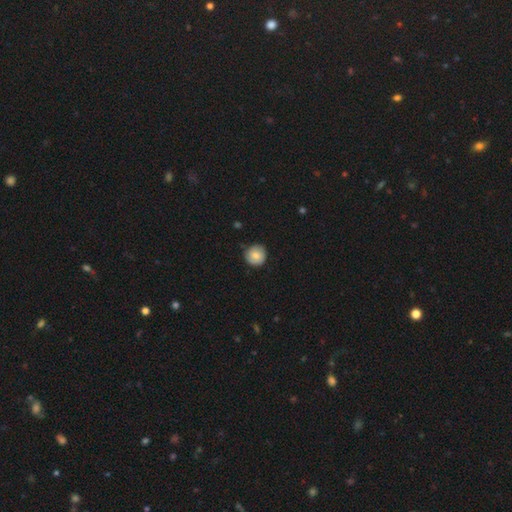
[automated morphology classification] Smooth or featured: smooth — 81% (featured or disk — 11%)
How rounded: round — 93% (in between — 6%)
Merging: none — 85% (minor disturbance — 12%)